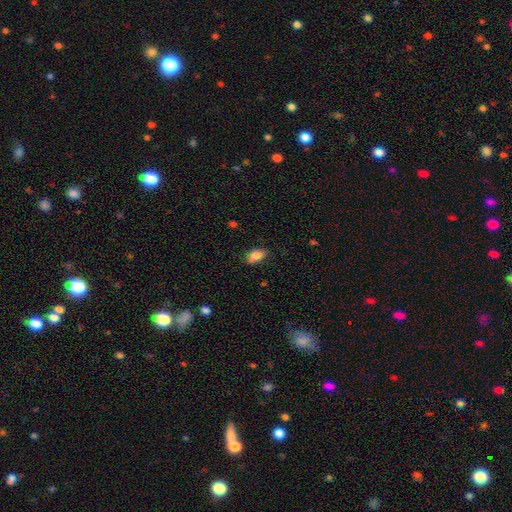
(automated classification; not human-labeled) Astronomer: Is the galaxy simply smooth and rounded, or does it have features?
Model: smooth — 84%.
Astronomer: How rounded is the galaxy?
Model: in between — 91%.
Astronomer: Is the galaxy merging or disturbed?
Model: none — 79%.